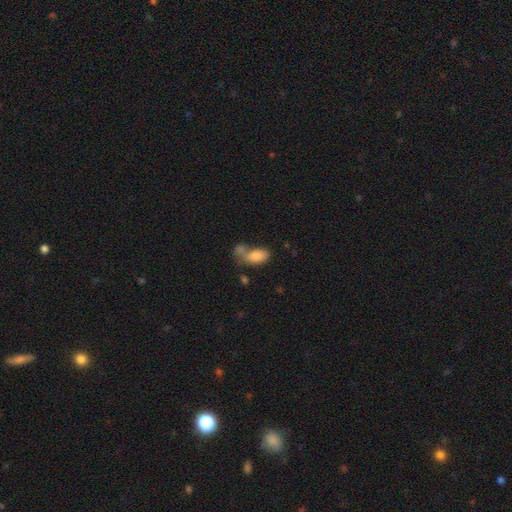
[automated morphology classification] smooth_or_featured: smooth (p=0.82) [alt: featured or disk p=0.09]
how_rounded: in between (p=0.91) [alt: round p=0.05]
merging: merger (p=0.45) [alt: none p=0.33]